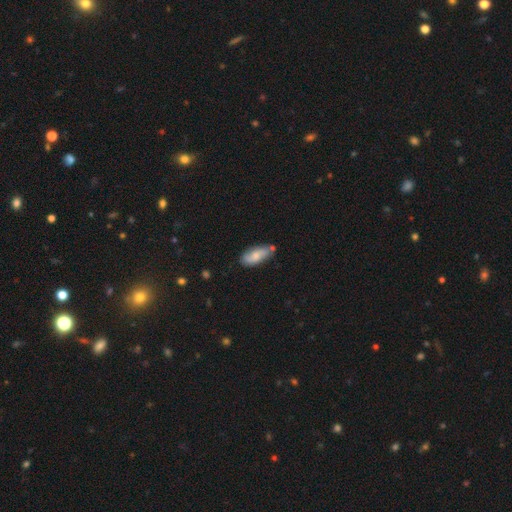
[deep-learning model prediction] This appears to be a smooth galaxy with no disk features (63%) that is in between round and cigar-shaped (79%). Merging: none (63%).